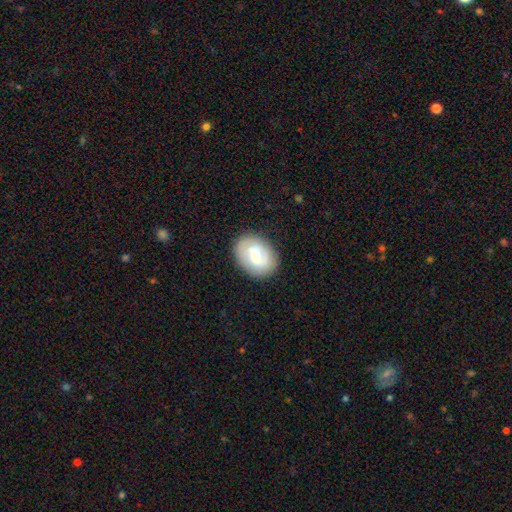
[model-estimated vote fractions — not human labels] Morphology: type=featured or disk (49%); merging=none (82%).